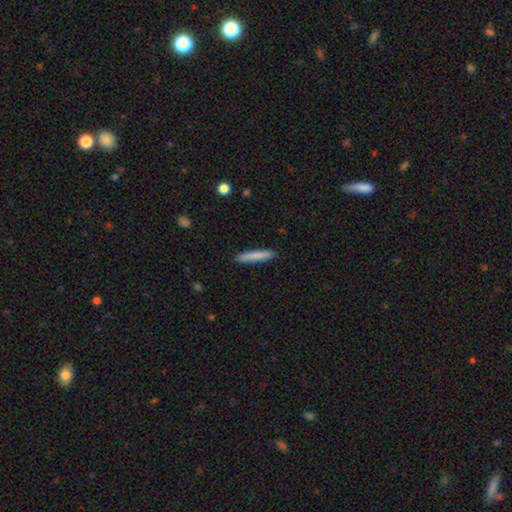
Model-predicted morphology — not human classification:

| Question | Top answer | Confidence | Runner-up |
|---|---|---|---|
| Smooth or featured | smooth | 82% | featured or disk (13%) |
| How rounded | cigar-shaped | 93% | in between (6%) |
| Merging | none | 90% | minor disturbance (7%) |